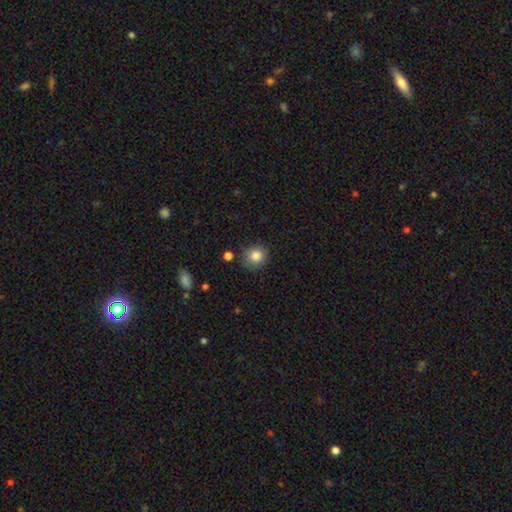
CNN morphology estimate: Smooth or featured: smooth — 84% (star or artifact — 10%)
How rounded: round — 80% (in between — 19%)
Merging: none — 80% (minor disturbance — 14%)